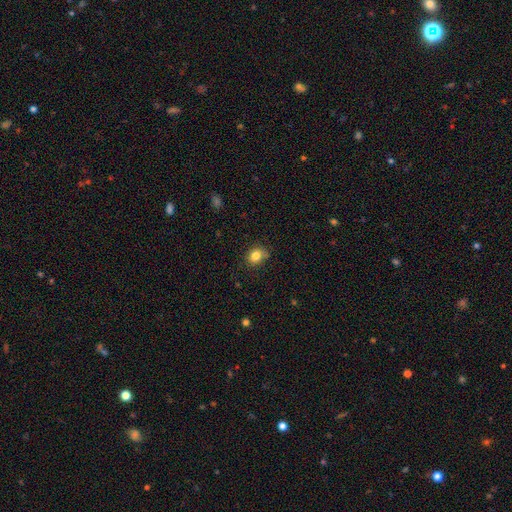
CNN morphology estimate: Smooth or featured?
  - smooth: 83% *
  - star or artifact: 11%
  - featured or disk: 6%
How rounded?
  - round: 59% *
  - in between: 40%
  - cigar-shaped: 1%
Merging?
  - none: 75% *
  - minor disturbance: 18%
  - major disturbance: 4%
  - merger: 3%